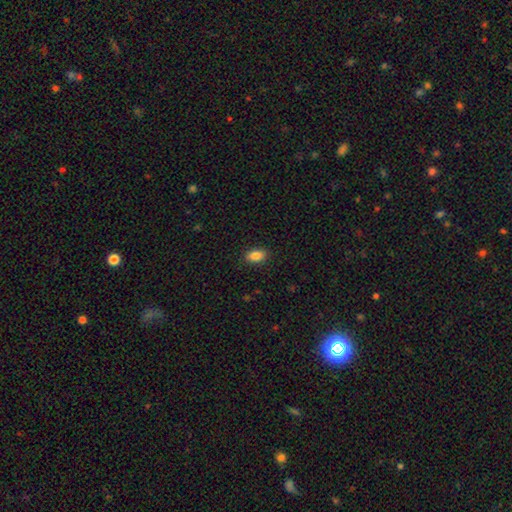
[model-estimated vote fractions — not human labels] This appears to be a smooth galaxy with no disk features (87%) that is in between round and cigar-shaped (89%). Merging: none (89%).